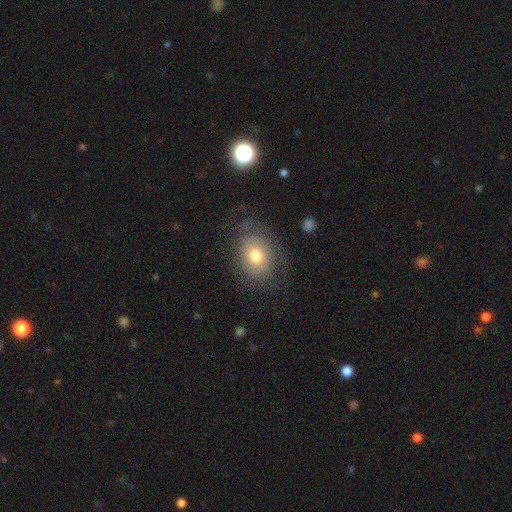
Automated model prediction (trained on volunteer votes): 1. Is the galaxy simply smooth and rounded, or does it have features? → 64% smooth, 26% featured or disk, 9% star or artifact.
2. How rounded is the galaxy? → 58% in between, 41% round, 1% cigar-shaped.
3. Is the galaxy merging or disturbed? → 66% none, 20% minor disturbance, 13% major disturbance, 1% merger.